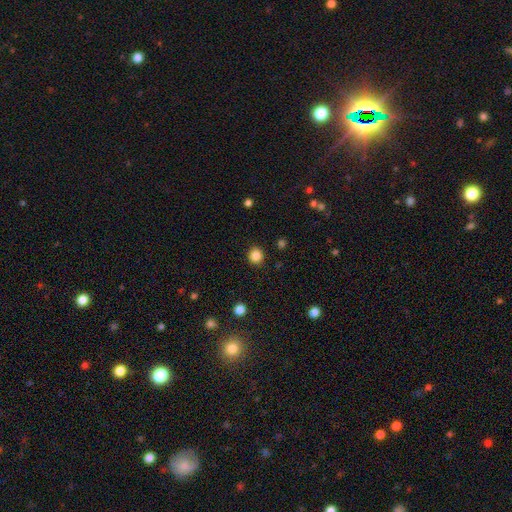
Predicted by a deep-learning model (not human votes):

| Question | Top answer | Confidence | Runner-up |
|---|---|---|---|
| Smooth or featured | smooth | 85% | star or artifact (11%) |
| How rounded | round | 87% | in between (12%) |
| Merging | none | 90% | minor disturbance (6%) |